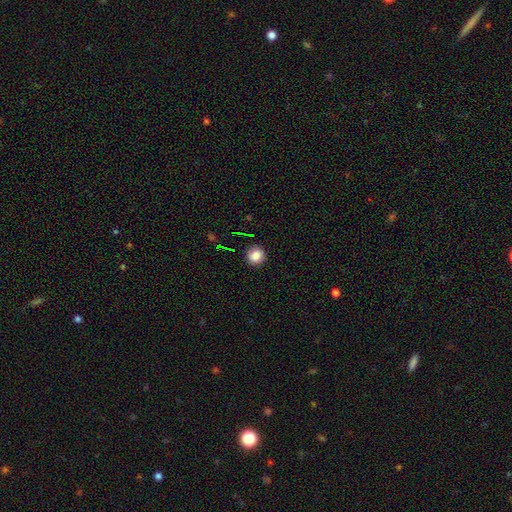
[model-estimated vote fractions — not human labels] Morphology: type=smooth (83%); roundness=round (93%); merging=none (89%).